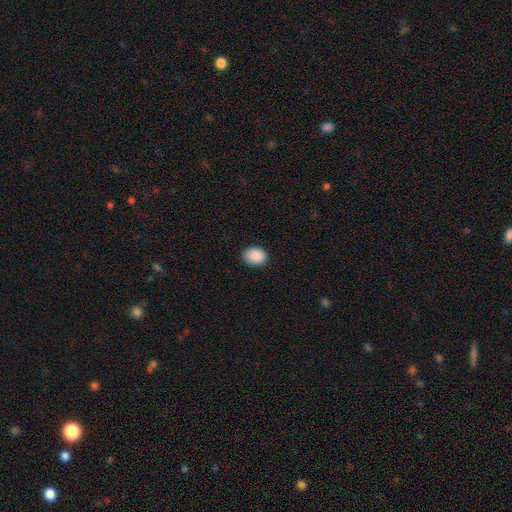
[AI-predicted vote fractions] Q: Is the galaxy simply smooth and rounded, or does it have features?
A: smooth — 90%.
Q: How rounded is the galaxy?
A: round — 51%.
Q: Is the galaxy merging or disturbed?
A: none — 87%.